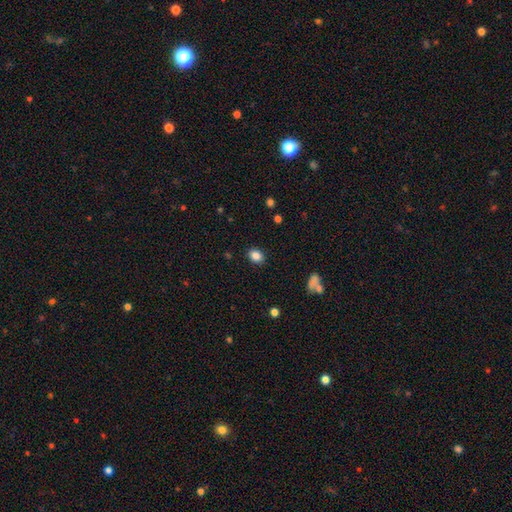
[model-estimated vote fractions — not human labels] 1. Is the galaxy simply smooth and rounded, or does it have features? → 86% smooth, 10% star or artifact, 4% featured or disk.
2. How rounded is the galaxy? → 57% in between, 42% round, 1% cigar-shaped.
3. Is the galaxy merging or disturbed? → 88% none, 8% minor disturbance, 2% major disturbance, 1% merger.